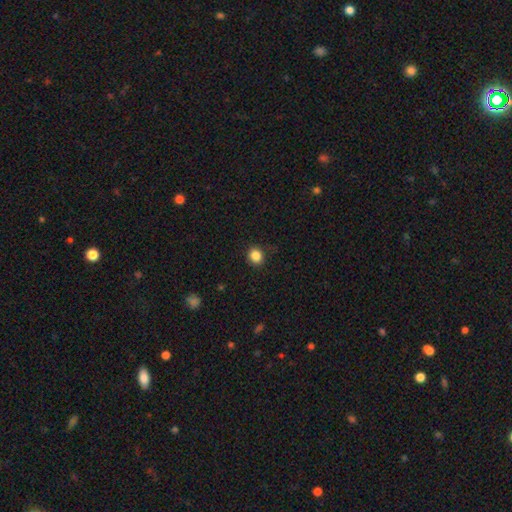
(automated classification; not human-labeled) This appears to be a smooth galaxy with no disk features (85%) that is round (84%). Merging: none (89%).